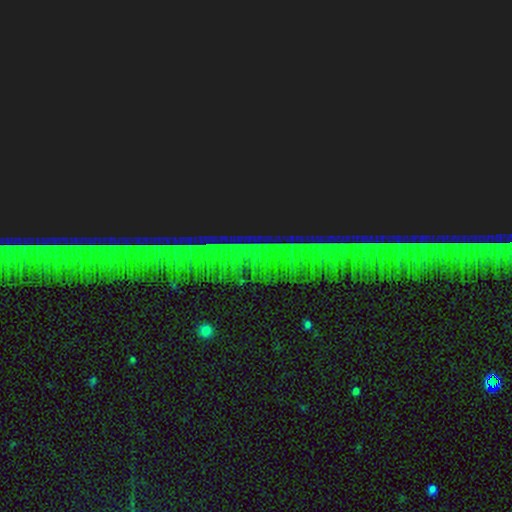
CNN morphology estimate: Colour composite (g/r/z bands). It shows a star or artifact, not a galaxy (86%).